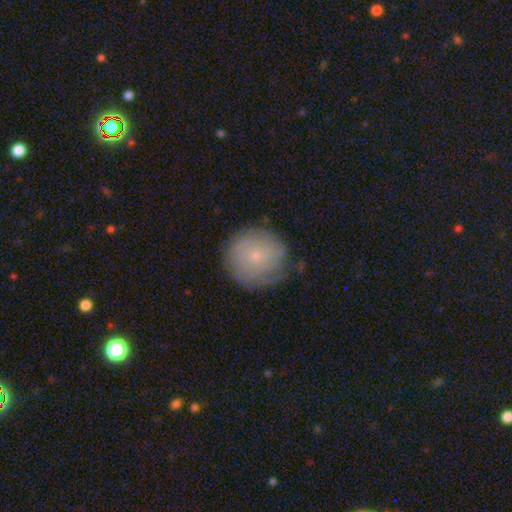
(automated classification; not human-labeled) A smooth galaxy with no disk features (58%) that is round (92%). Merging: none (73%).